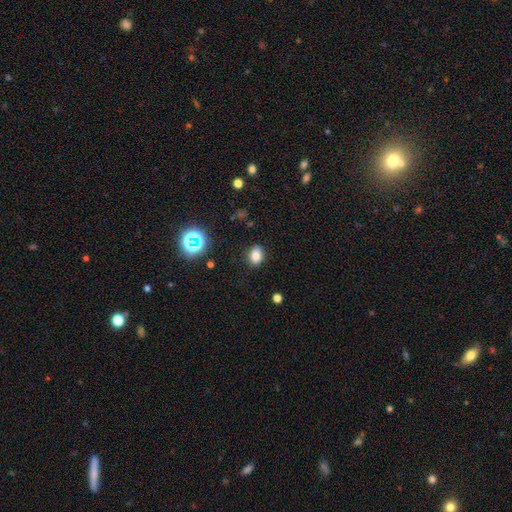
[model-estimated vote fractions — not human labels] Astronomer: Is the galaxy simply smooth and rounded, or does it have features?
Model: smooth — 80%.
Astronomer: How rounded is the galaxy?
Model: in between — 69%.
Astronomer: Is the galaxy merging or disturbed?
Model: none — 85%.